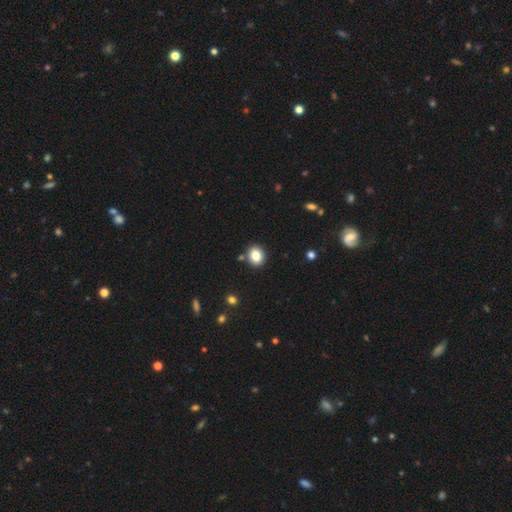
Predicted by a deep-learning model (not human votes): smooth 84%, star or artifact 10%, featured or disk 6%. Down the decision tree: how rounded — round (60%); merging — none (85%).